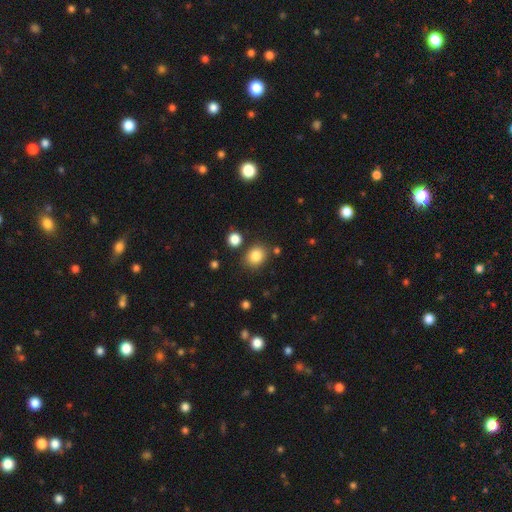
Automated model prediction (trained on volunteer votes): The model was most divided on "how rounded": round: 63%, in between: 36%, cigar-shaped: 1%. More confident: smooth or featured — smooth (84%); merging — none (80%).